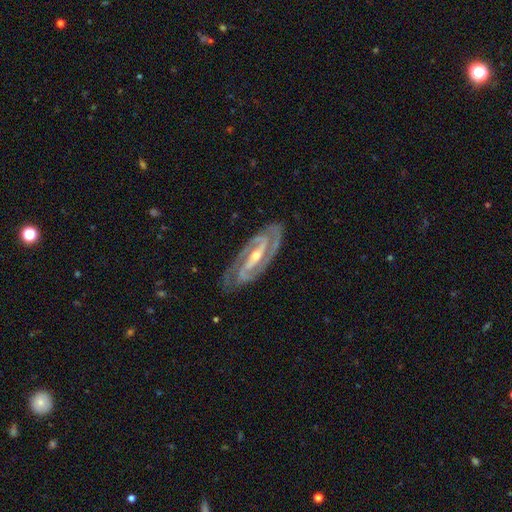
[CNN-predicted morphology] Smooth or featured? featured or disk (92%)
Edge-on disk? no (94%)
Bar? strong (61%)
Spiral arms? yes (98%)
Spiral winding? tight (53%)
Spiral arm count? 2 (89%)
Bulge size? small (55%)
Merging? none (82%)